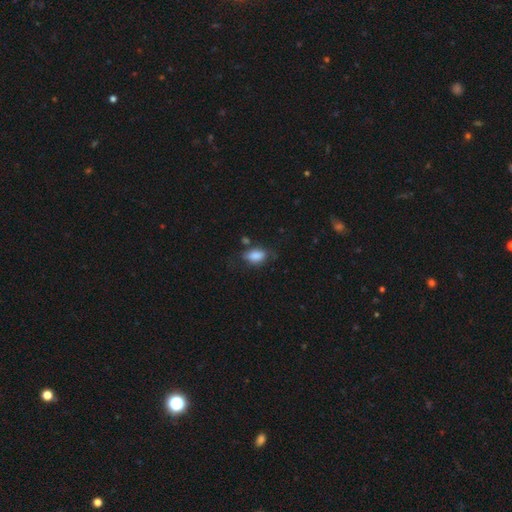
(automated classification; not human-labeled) This is clearly a smooth galaxy (83%). How rounded: clearly in between (88%). Merging: possibly none (57%).